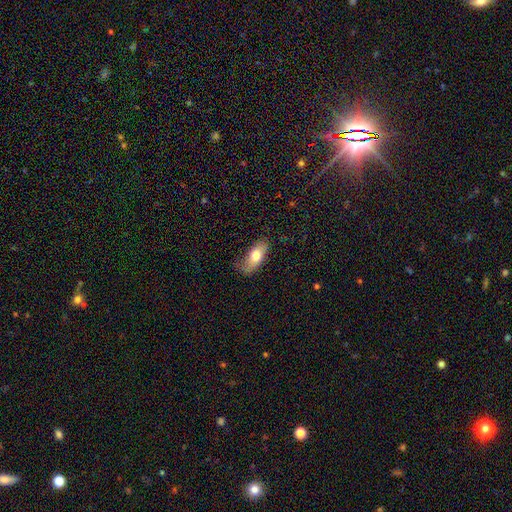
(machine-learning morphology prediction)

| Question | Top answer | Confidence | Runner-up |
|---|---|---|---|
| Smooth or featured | smooth | 71% | featured or disk (22%) |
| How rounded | in between | 82% | cigar-shaped (14%) |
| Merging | none | 65% | minor disturbance (26%) |